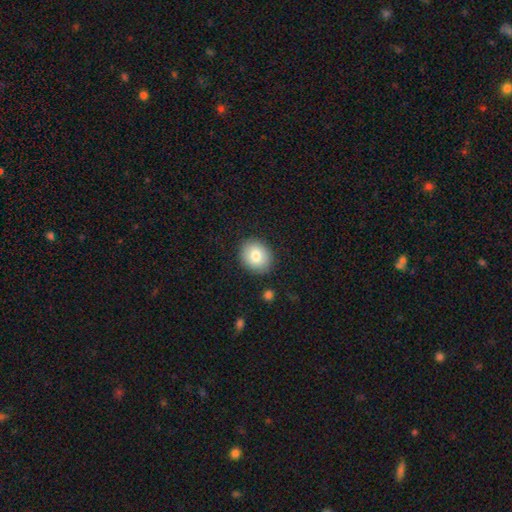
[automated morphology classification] type=smooth (79%); roundness=round (68%); merging=none (87%).